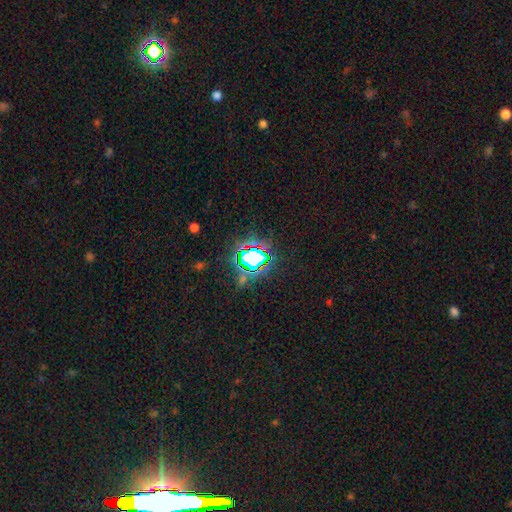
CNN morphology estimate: Overall: star or artifact (76%).